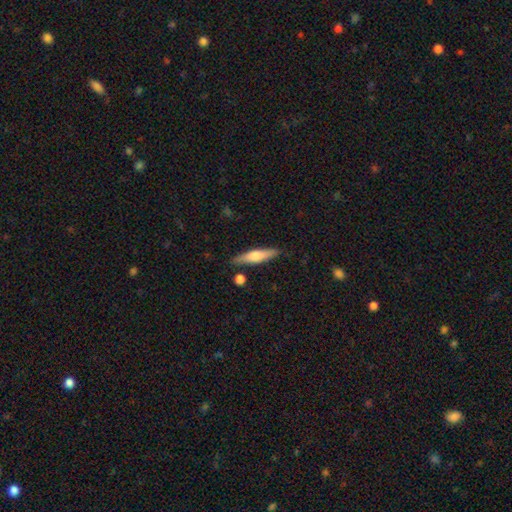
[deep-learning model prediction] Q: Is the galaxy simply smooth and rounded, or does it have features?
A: smooth — 50%.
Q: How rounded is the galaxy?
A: cigar-shaped — 81%.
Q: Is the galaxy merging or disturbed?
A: none — 84%.